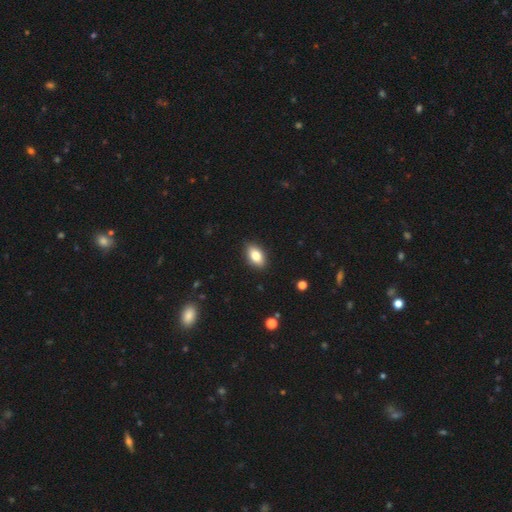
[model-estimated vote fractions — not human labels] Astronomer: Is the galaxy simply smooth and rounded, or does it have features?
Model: smooth — 82%.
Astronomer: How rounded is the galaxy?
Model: in between — 90%.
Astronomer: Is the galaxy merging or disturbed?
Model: none — 88%.